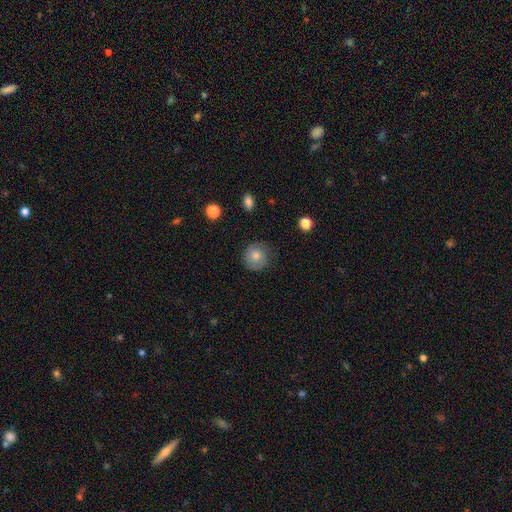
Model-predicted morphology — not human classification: Q: Smooth or featured?
A: smooth (61%); runner-up: featured or disk (30%)
Q: How rounded?
A: round (87%); runner-up: in between (12%)
Q: Merging?
A: none (74%); runner-up: minor disturbance (18%)